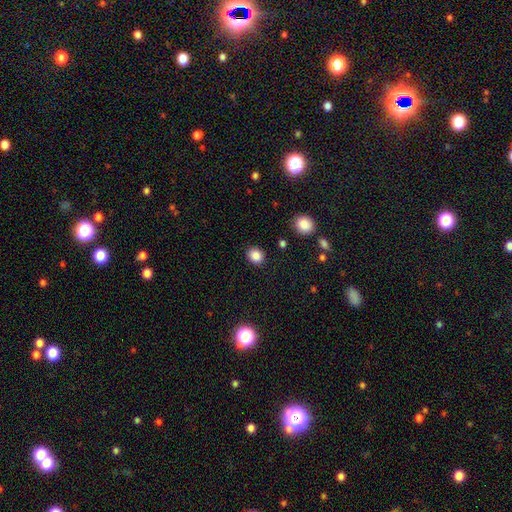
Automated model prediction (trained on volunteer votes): The model was most divided on "how rounded": round: 68%, in between: 32%, cigar-shaped: 1%. More confident: merging — none (89%); smooth or featured — smooth (86%).